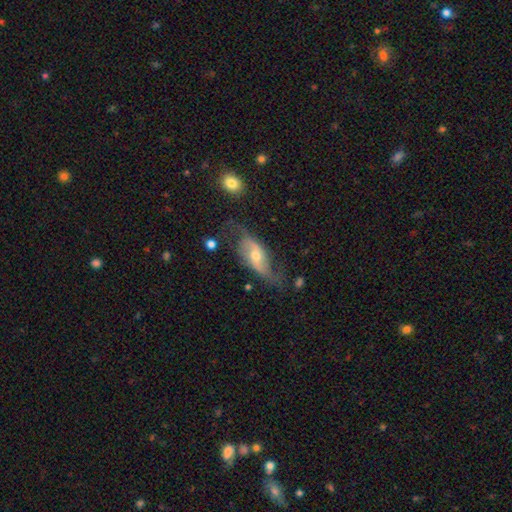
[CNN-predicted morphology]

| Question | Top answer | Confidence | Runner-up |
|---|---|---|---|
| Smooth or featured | featured or disk | 78% | smooth (16%) |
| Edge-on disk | no | 90% | yes (10%) |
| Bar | no | 48% | weak (35%) |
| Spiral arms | yes | 91% | no (9%) |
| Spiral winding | loose | 70% | medium (22%) |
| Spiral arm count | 2 | 88% | can't tell (5%) |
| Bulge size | moderate | 53% | small (42%) |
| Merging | none | 59% | minor disturbance (24%) |